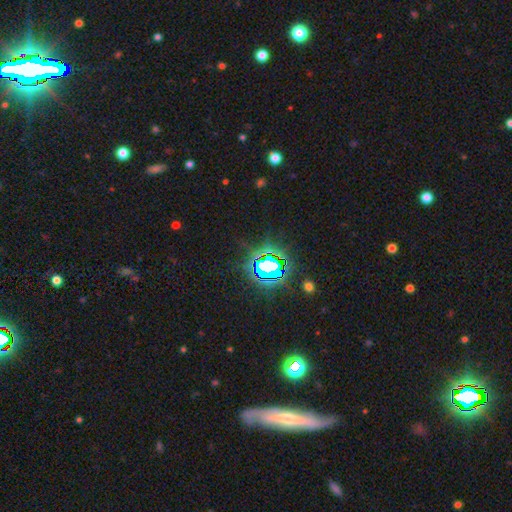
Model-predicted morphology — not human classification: smooth_or_featured: star or artifact (p=0.72) [alt: smooth p=0.15]